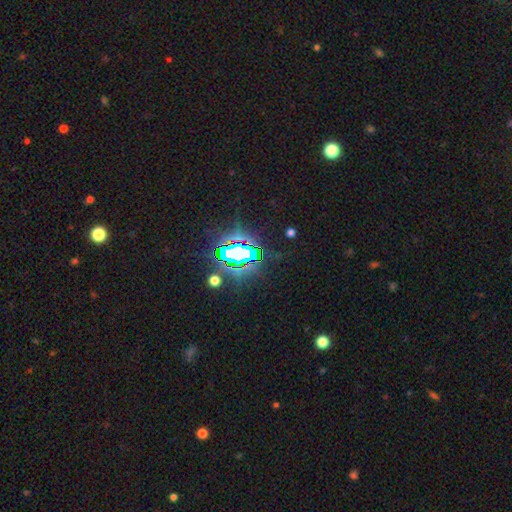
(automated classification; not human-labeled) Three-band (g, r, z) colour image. It shows a star or artifact, not a galaxy (77%).